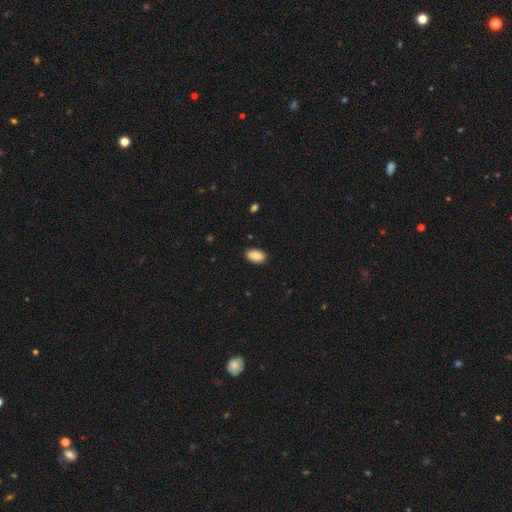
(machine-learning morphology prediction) This appears to be a smooth galaxy with no disk features (89%) that is in between round and cigar-shaped (94%). Merging: none (89%).